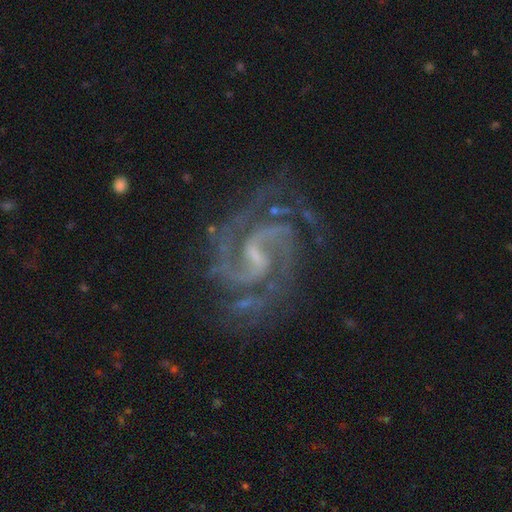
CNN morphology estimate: Overall: featured or disk (93%). Edge-on disk: no (98%). Bar: weak (59%; strong 24%). Spiral arms: yes (99%). Spiral arm count: 2 (82%). Spiral winding: medium (63%; tight 25%). Bulge size: small (59%; none 22%). Merging: none (69%).